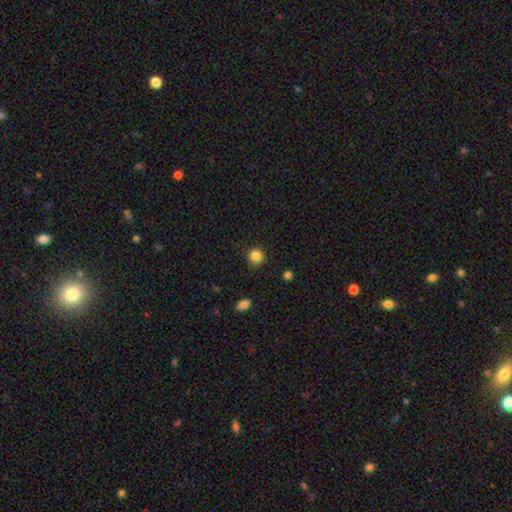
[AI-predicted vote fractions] smooth-or-featured: smooth: 84% | star or artifact: 11% | featured or disk: 4%
  how-rounded: round: 91% | in between: 8% | cigar-shaped: 1%
  merging: none: 85% | minor disturbance: 11% | major disturbance: 2% | merger: 1%